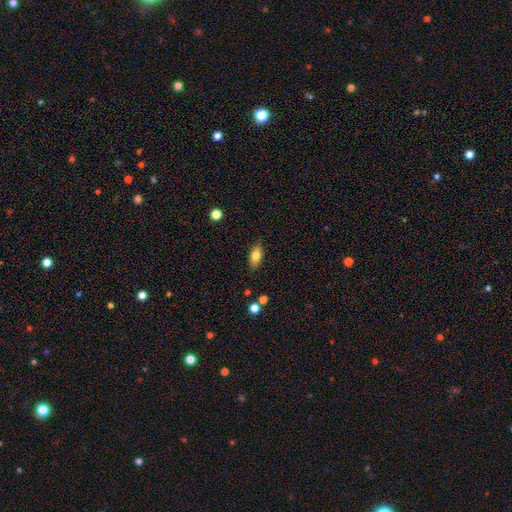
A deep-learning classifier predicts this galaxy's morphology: Smooth or featured: smooth — 78% (featured or disk — 14%)
How rounded: in between — 86% (cigar-shaped — 9%)
Merging: none — 86% (minor disturbance — 11%)